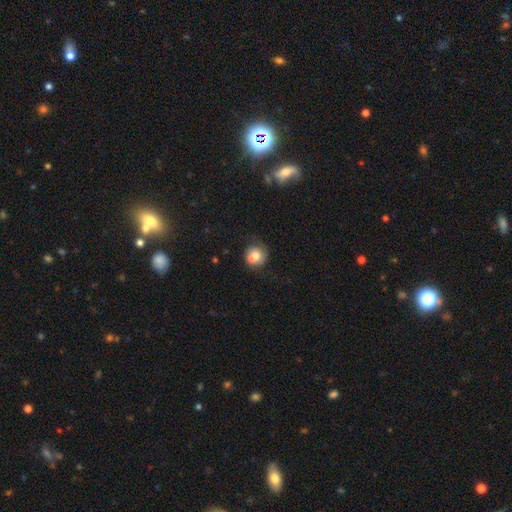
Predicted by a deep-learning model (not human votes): Smooth or featured?
  - smooth: 70% *
  - featured or disk: 21%
  - star or artifact: 9%
How rounded?
  - round: 83% *
  - in between: 16%
  - cigar-shaped: 1%
Merging?
  - none: 48% *
  - merger: 22%
  - minor disturbance: 20%
  - major disturbance: 9%